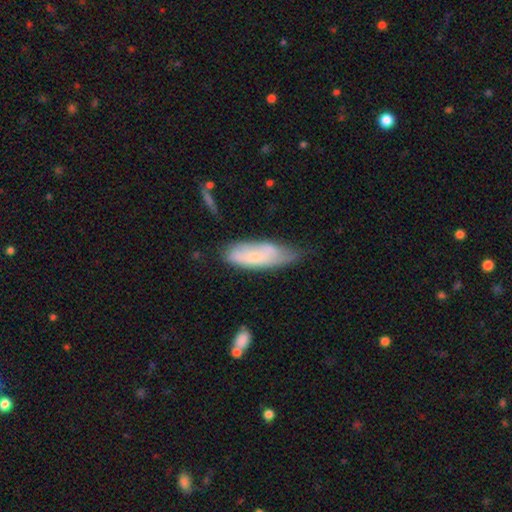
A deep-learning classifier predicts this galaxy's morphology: A smooth galaxy with no disk features (60%) that is in between round and cigar-shaped (69%).

Vote fractions:
- Smooth or featured? smooth: 60% / featured or disk: 32% / star or artifact: 7%
- How rounded? in between: 69% / cigar-shaped: 29% / round: 2%
- Merging? none: 43% / minor disturbance: 40% / major disturbance: 12% / merger: 6%